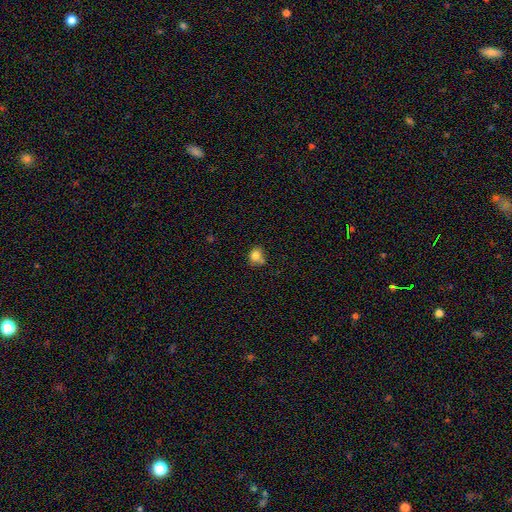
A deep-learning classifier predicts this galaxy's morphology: Smooth or featured: smooth — 81% (star or artifact — 11%)
How rounded: round — 71% (in between — 28%)
Merging: none — 53% (minor disturbance — 24%)